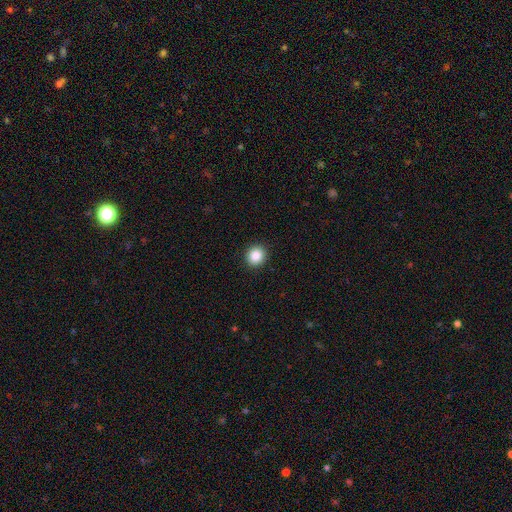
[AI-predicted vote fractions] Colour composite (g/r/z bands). It shows a smooth galaxy with no disk features (88%) that is round (86%). Merging: none (92%).